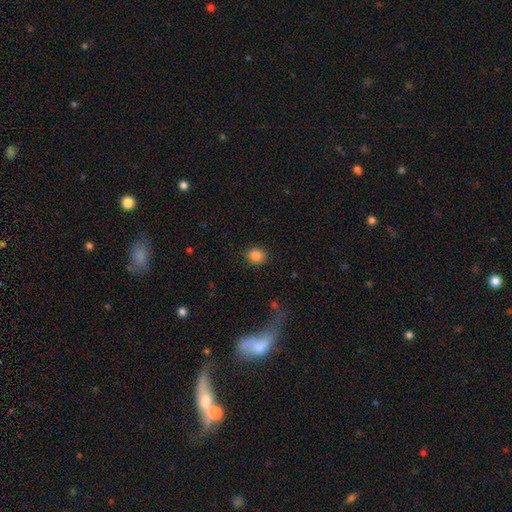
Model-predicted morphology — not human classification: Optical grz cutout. It shows a smooth galaxy with no disk features (86%) that is round (66%). Merging: none (86%).